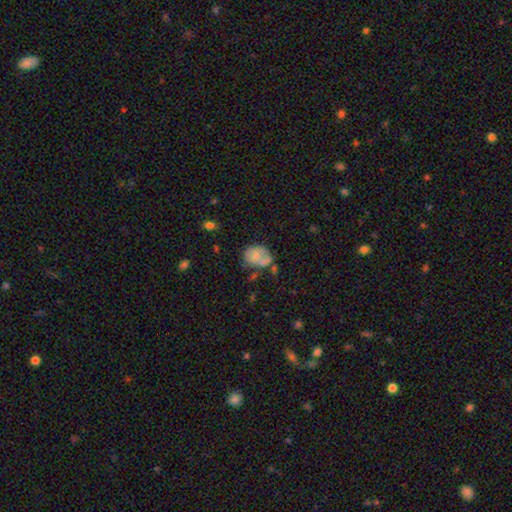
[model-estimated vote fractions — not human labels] A smooth galaxy with no disk features (61%) that is in between round and cigar-shaped (59%).

Vote fractions:
- Smooth or featured? smooth: 61% / featured or disk: 30% / star or artifact: 9%
- How rounded? in between: 59% / round: 40% / cigar-shaped: 1%
- Merging? none: 38% / minor disturbance: 28% / merger: 18% / major disturbance: 16%